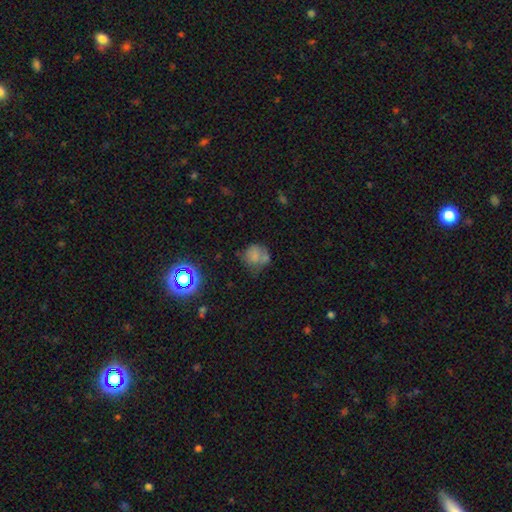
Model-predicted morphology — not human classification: Overall: smooth (64%). How rounded: round (77%). Merging: none (44%; minor disturbance 25%).